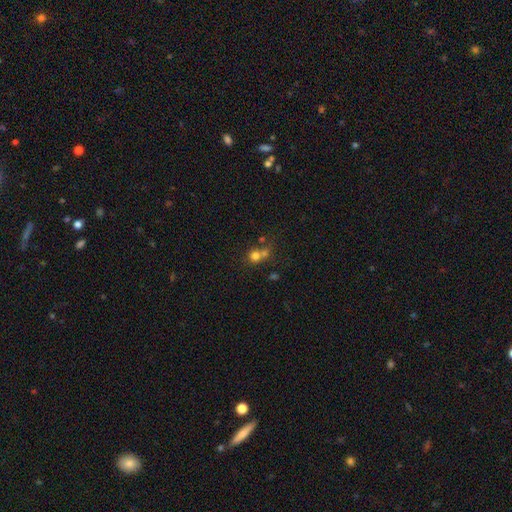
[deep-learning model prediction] This appears to be a smooth galaxy with no disk features (74%) that is round (84%). Merging: merger (49%).